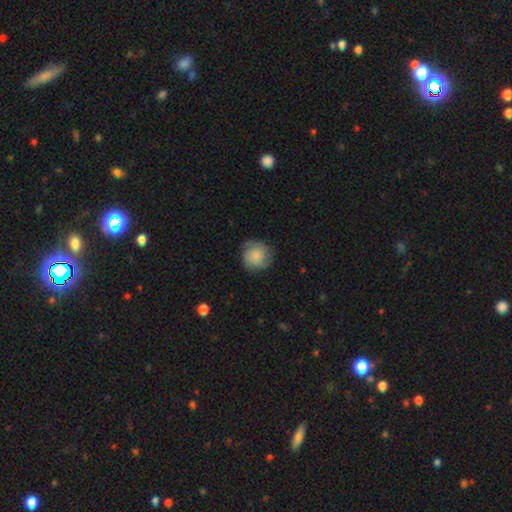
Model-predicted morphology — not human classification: This is likely a smooth galaxy (72%). How rounded: clearly round (90%). Merging: likely none (73%).